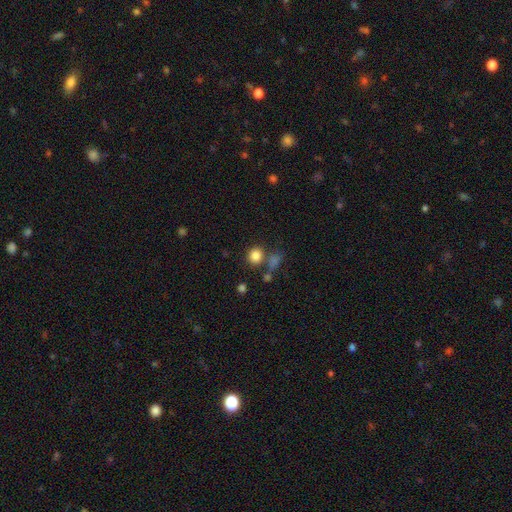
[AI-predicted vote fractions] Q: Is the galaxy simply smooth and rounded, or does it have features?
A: smooth — 83%.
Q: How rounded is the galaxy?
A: round — 82%.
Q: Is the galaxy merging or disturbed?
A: none — 70%.